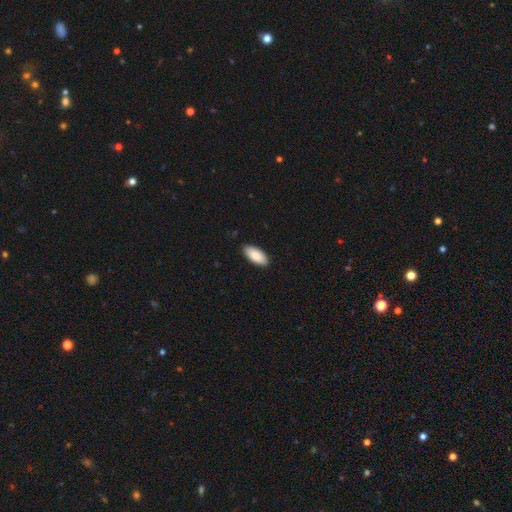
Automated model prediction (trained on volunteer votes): Overall: smooth (89%). How rounded: in between (91%). Merging: none (89%).